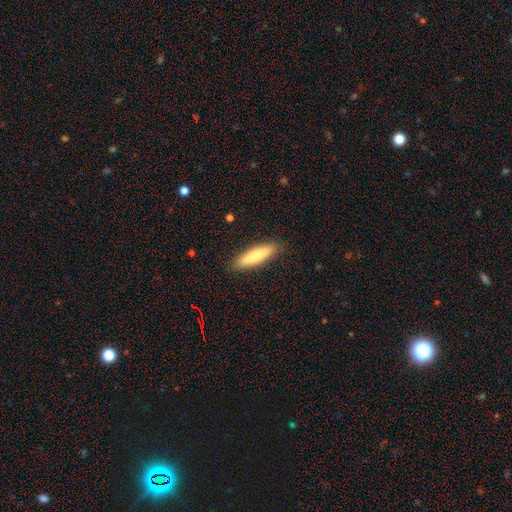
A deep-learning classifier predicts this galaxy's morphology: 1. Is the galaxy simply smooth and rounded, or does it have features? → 76% smooth, 18% featured or disk, 6% star or artifact.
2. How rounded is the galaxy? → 69% cigar-shaped, 29% in between, 2% round.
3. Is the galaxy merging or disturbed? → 89% none, 9% minor disturbance, 2% major disturbance, 1% merger.